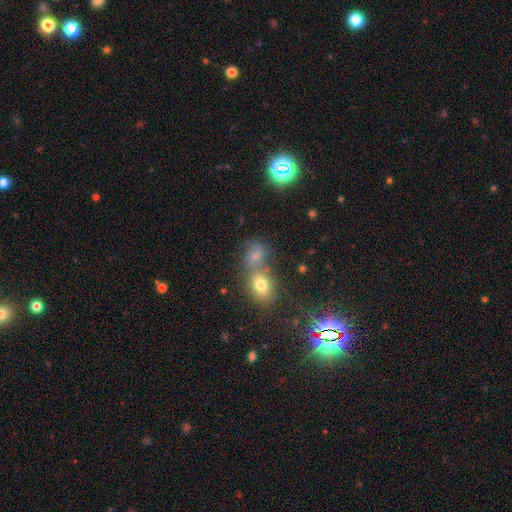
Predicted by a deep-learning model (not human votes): smooth_or_featured: smooth (p=0.61) [alt: star or artifact p=0.22]
how_rounded: in between (p=0.55) [alt: round p=0.43]
merging: merger (p=0.40) [tied with: none p=0.40]